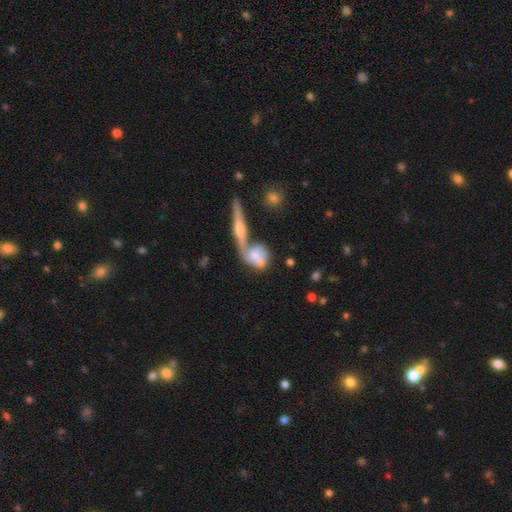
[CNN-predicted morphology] smooth-or-featured: smooth: 57% | featured or disk: 35% | star or artifact: 8%
  how-rounded: in between: 53% | round: 35% | cigar-shaped: 12%
  merging: merger: 49% | none: 28% | minor disturbance: 13% | major disturbance: 10%